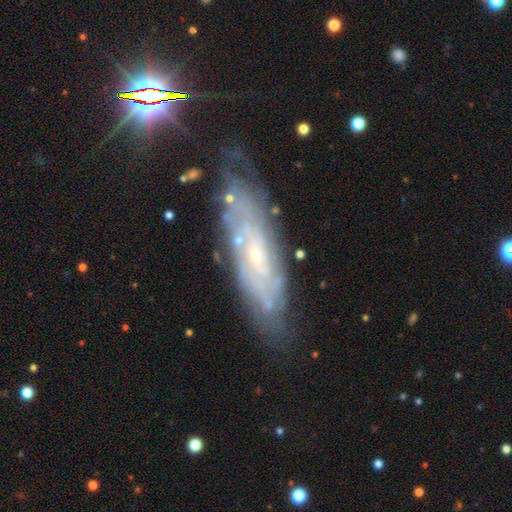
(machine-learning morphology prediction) type=featured or disk (77%); edge-on=no (79%); bar=no (58%); spiral arms=yes (88%); winding=tight (73%); arm count=can't tell (64%); bulge=small (78%); merging=none (75%).